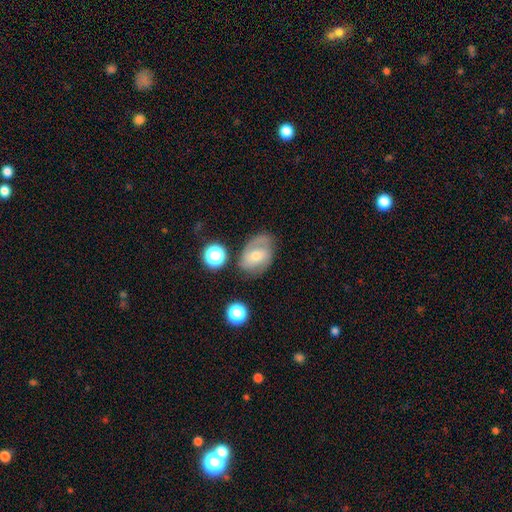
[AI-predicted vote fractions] Overall: featured or disk (57%; smooth 33%). Edge-on disk: no (95%). Bar: no (55%; weak 36%). Spiral arms: yes (82%). Bulge size: moderate (53%; small 40%). Merging: none (63%).